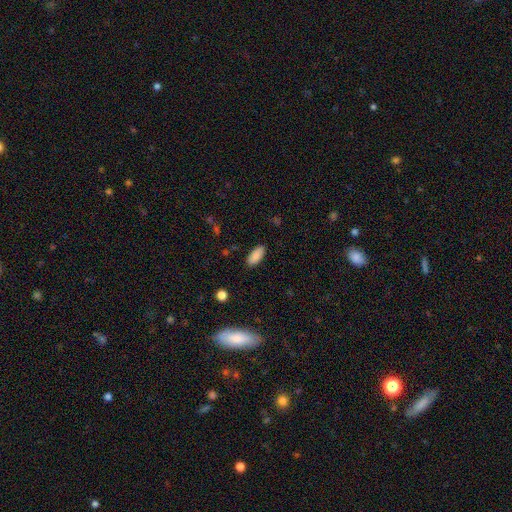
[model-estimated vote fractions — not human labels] Smooth or featured?
  - smooth: 88% *
  - star or artifact: 7%
  - featured or disk: 5%
How rounded?
  - in between: 87% *
  - cigar-shaped: 12%
  - round: 2%
Merging?
  - none: 88% *
  - minor disturbance: 8%
  - major disturbance: 2%
  - merger: 1%